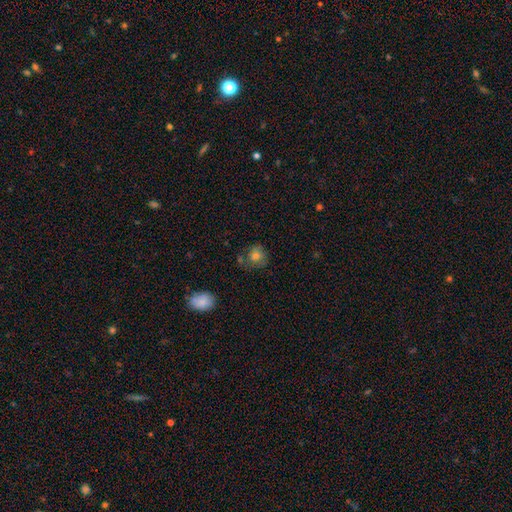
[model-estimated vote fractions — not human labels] Q: Smooth or featured?
A: smooth (77%); runner-up: featured or disk (12%)
Q: How rounded?
A: round (84%); runner-up: in between (15%)
Q: Merging?
A: none (63%); runner-up: minor disturbance (20%)